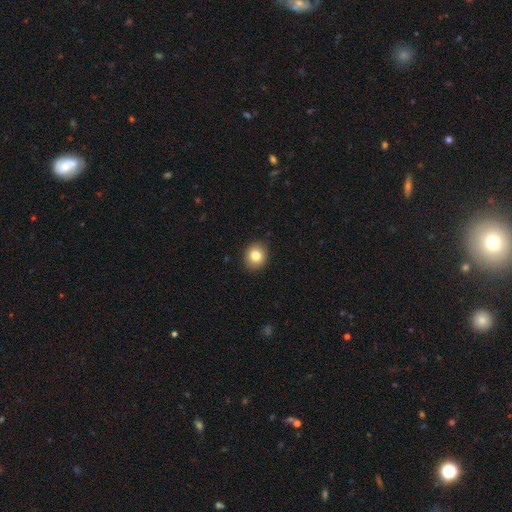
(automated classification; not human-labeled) Smooth or featured: smooth — 82% (star or artifact — 10%)
How rounded: round — 77% (in between — 22%)
Merging: none — 90% (minor disturbance — 7%)